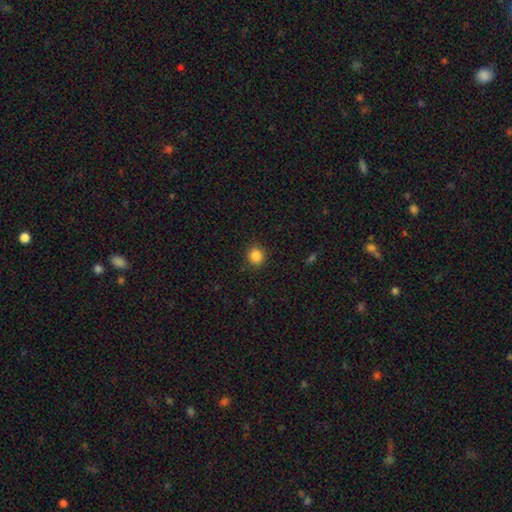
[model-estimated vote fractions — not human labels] A smooth galaxy with no disk features (85%) that is round (82%). Merging: none (89%).